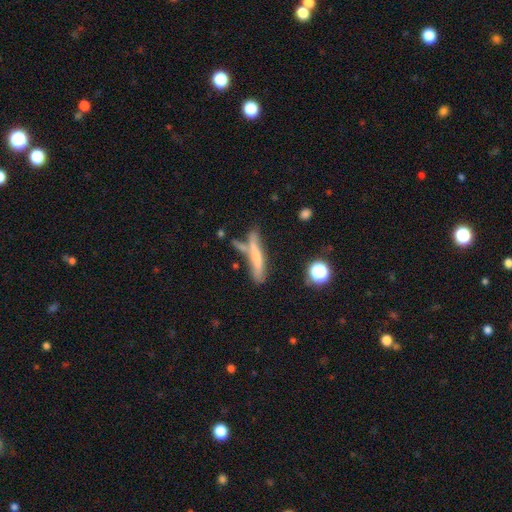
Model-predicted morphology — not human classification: Smooth or featured?
  - smooth: 48% *
  - featured or disk: 42%
  - star or artifact: 10%
Merging?
  - none: 57% *
  - minor disturbance: 18%
  - merger: 18%
  - major disturbance: 8%